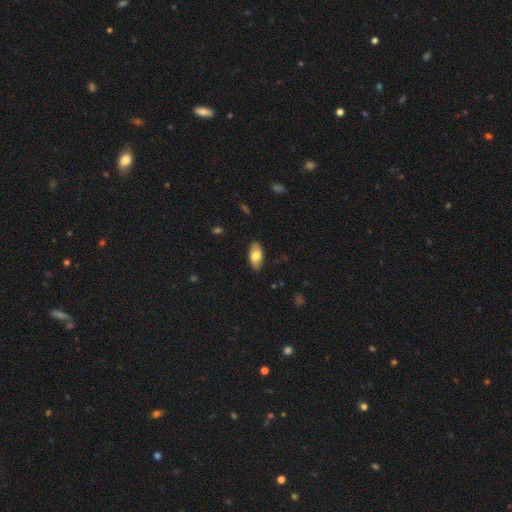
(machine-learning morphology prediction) A smooth galaxy with no disk features (75%) that is in between round and cigar-shaped (91%).

Vote fractions:
- Smooth or featured? smooth: 75% / featured or disk: 19% / star or artifact: 6%
- How rounded? in between: 91% / cigar-shaped: 6% / round: 3%
- Merging? none: 86% / minor disturbance: 11% / major disturbance: 2% / merger: 1%